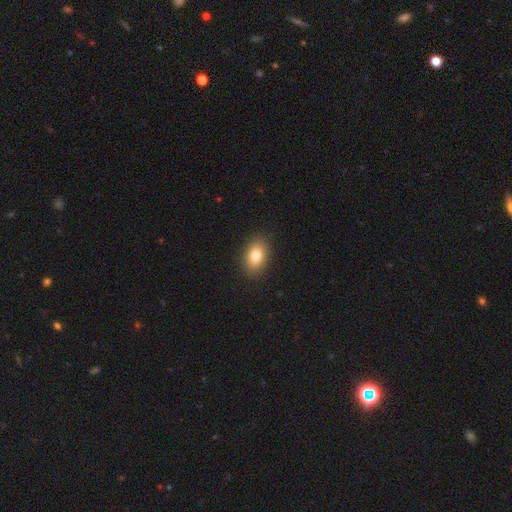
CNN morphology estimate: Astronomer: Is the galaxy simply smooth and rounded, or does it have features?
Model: smooth — 81%.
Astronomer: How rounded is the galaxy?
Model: in between — 85%.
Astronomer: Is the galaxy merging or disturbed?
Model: none — 89%.